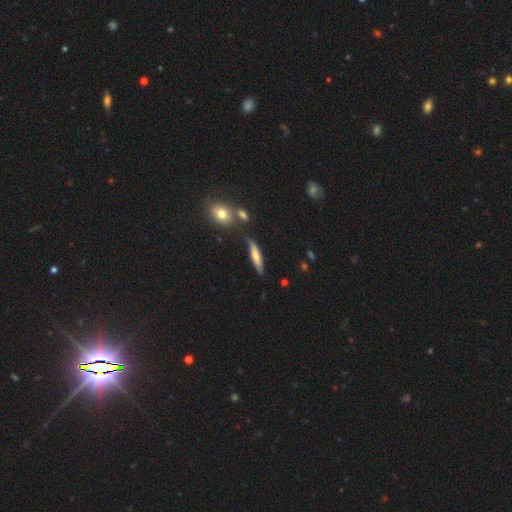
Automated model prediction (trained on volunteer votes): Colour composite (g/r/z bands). It shows a smooth galaxy with no disk features (61%) that is cigar-shaped (84%). Merging: none (70%).